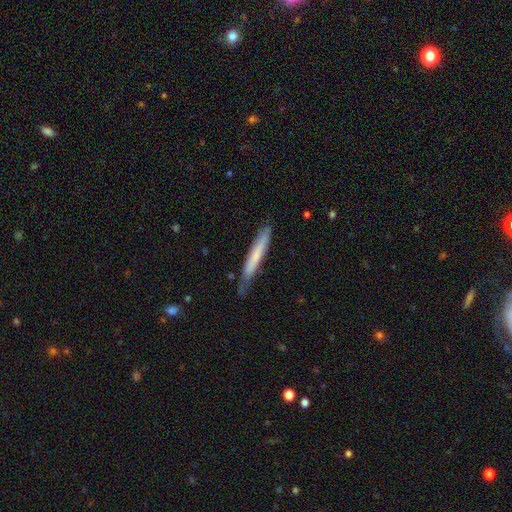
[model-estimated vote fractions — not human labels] smooth_or_featured: smooth (p=0.64) [alt: featured or disk p=0.31]
how_rounded: cigar-shaped (p=0.95) [alt: in between p=0.03]
merging: none (p=0.70) [alt: minor disturbance p=0.24]